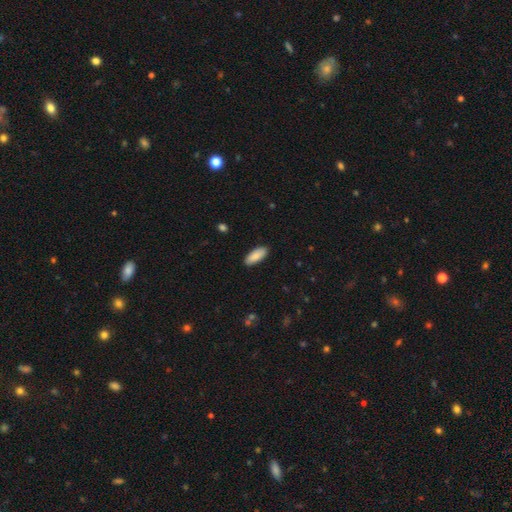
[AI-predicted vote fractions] This is clearly a smooth galaxy (88%). How rounded: likely in between (80%). Merging: clearly none (89%).